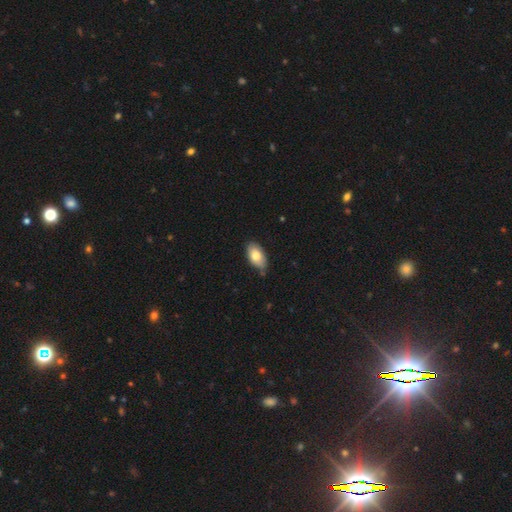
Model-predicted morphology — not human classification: The model was most divided on "merging": none: 77%, minor disturbance: 18%, major disturbance: 2%, merger: 2%. More confident: how rounded — in between (93%); smooth or featured — smooth (79%).